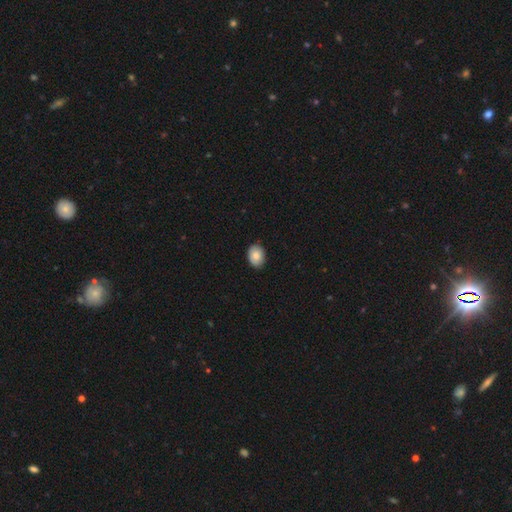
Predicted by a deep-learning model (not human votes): A smooth galaxy with no disk features (84%) that is in between round and cigar-shaped (66%).

Vote fractions:
- Smooth or featured? smooth: 84% / featured or disk: 8% / star or artifact: 7%
- How rounded? in between: 66% / round: 33% / cigar-shaped: 1%
- Merging? none: 86% / minor disturbance: 11% / major disturbance: 2% / merger: 1%